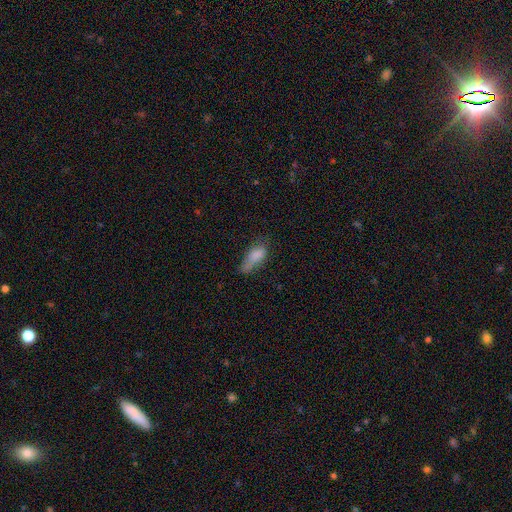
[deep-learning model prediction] Overall: smooth (78%). How rounded: in between (79%). Merging: minor disturbance (37%; none 32%).